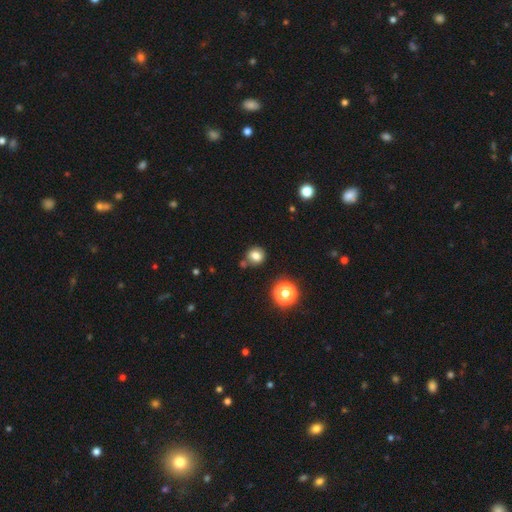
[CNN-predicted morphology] A smooth galaxy with no disk features (77%) that is round (82%). Merging: none (76%).